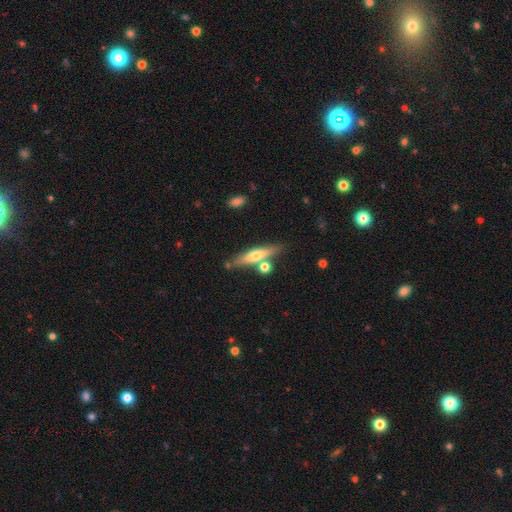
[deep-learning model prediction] Q: Smooth or featured?
A: smooth (51%); runner-up: featured or disk (43%)
Q: How rounded?
A: cigar-shaped (78%); runner-up: in between (19%)
Q: Merging?
A: none (71%); runner-up: merger (13%)